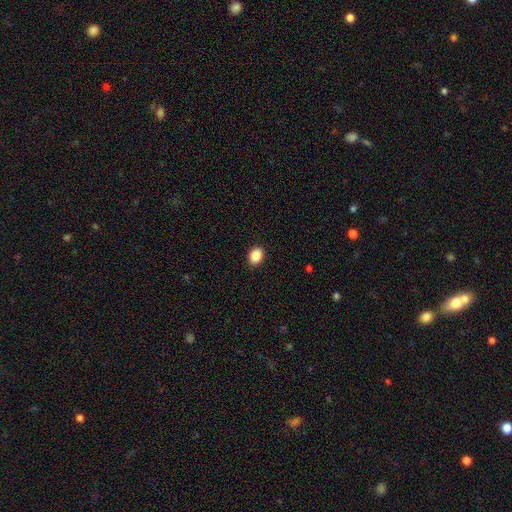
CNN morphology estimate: Overall: smooth (88%). How rounded: in between (51%; round 48%). Merging: none (91%).